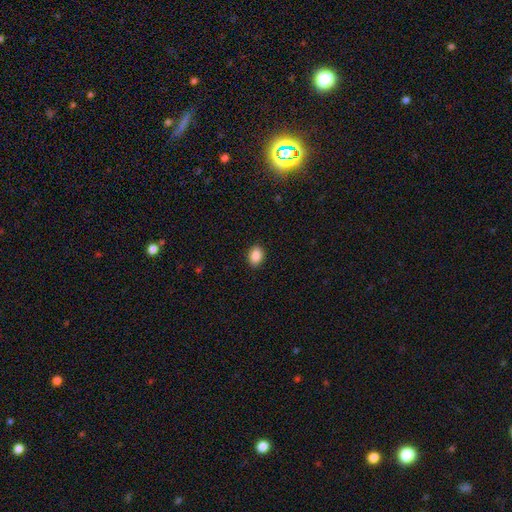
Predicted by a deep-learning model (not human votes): smooth-or-featured: smooth: 89% | star or artifact: 8% | featured or disk: 3%
  how-rounded: in between: 75% | round: 24% | cigar-shaped: 1%
  merging: none: 89% | minor disturbance: 8% | major disturbance: 2% | merger: 1%